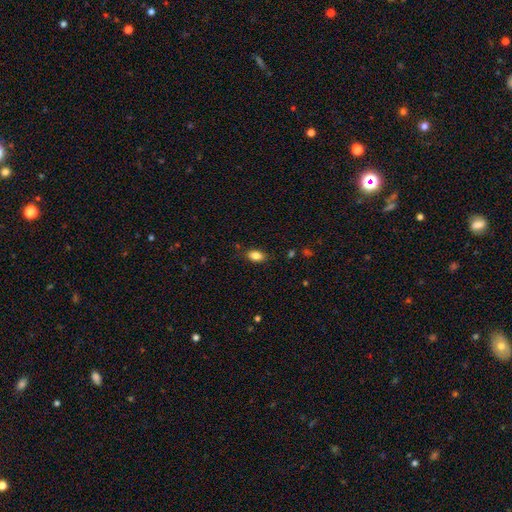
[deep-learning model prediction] smooth 85%, star or artifact 9%, featured or disk 6%. Down the decision tree: how rounded — in between (89%); merging — none (84%).